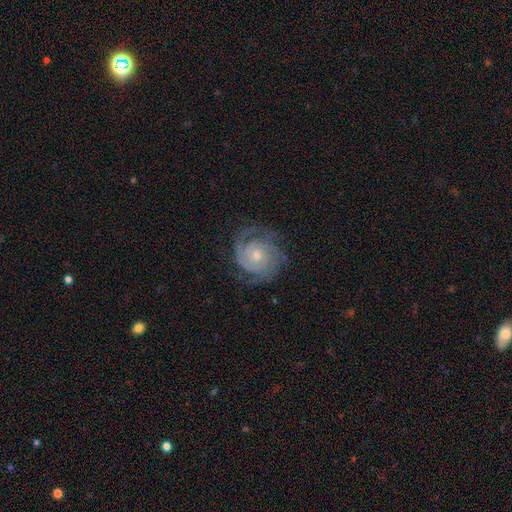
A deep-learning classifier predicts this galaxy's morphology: Smooth or featured? featured or disk (89%)
Edge-on disk? no (98%)
Bar? no (73%)
Spiral arms? yes (98%)
Spiral winding? tight (73%)
Spiral arm count? 2 (45%)
Bulge size? small (49%)
Merging? none (75%)